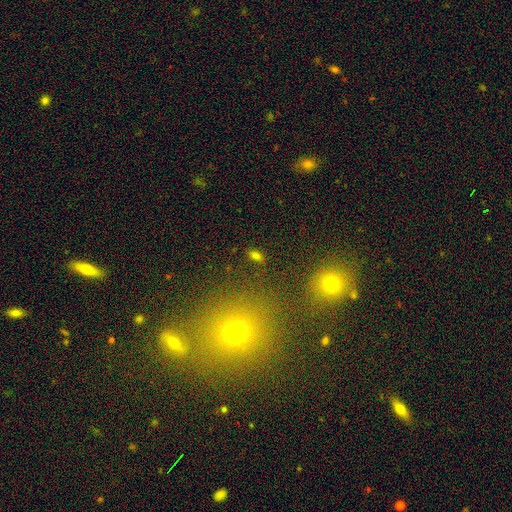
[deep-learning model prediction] smooth-or-featured: smooth: 71% | star or artifact: 20% | featured or disk: 9%
  how-rounded: in between: 85% | round: 8% | cigar-shaped: 7%
  merging: none: 79% | minor disturbance: 12% | major disturbance: 5% | merger: 4%